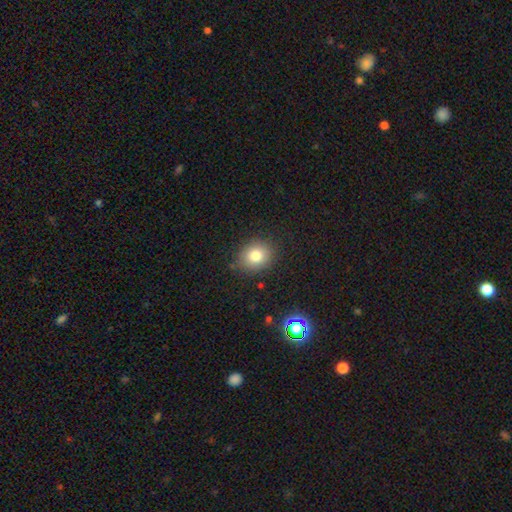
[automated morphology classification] A smooth galaxy with no disk features (80%) that is round (60%).

Vote fractions:
- Smooth or featured? smooth: 80% / star or artifact: 12% / featured or disk: 9%
- How rounded? round: 60% / in between: 39% / cigar-shaped: 1%
- Merging? none: 84% / minor disturbance: 11% / major disturbance: 3% / merger: 2%